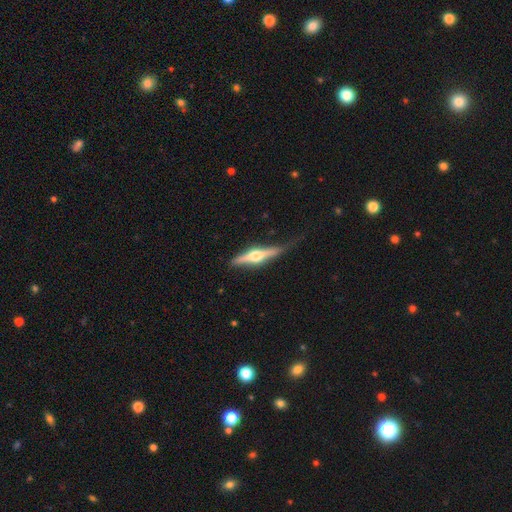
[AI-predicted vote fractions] This is likely a featured or disk galaxy (67%). It is clearly viewed edge-on (95%). Edge-on bulge: clearly rounded (94%). Merging: likely none (64%).